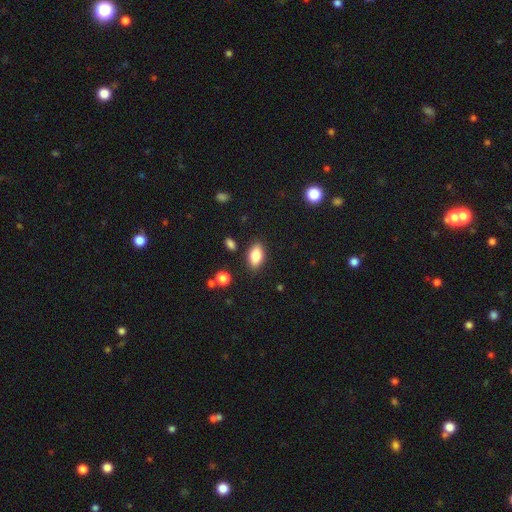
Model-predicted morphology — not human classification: smooth_or_featured: smooth (p=0.84) [alt: featured or disk p=0.08]
how_rounded: in between (p=0.91) [alt: round p=0.06]
merging: none (p=0.86) [alt: minor disturbance p=0.10]